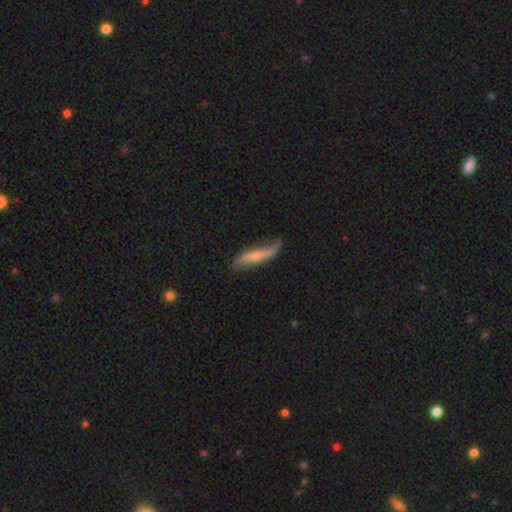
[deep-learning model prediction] featured or disk 60%, smooth 34%, star or artifact 6%. Down the decision tree: edge-on disk — no (63%); merging — none (65%).